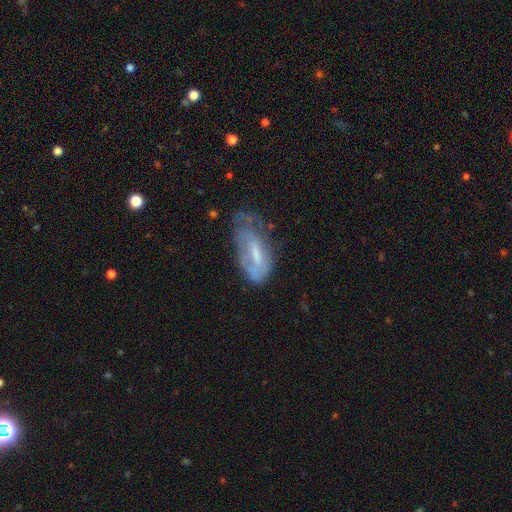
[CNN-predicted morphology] A featured or disk galaxy (51%). Merging: minor disturbance (35%).